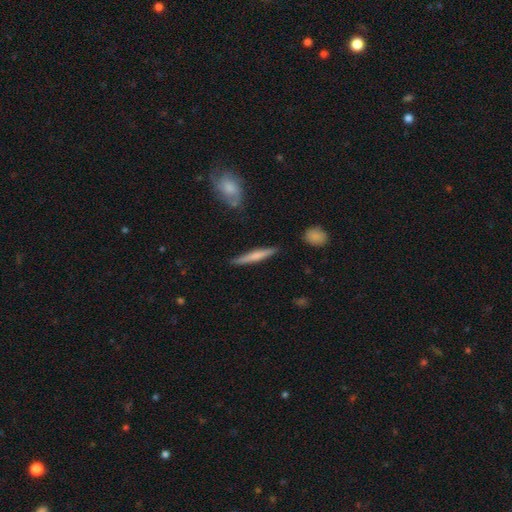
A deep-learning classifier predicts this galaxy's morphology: Q: Smooth or featured?
A: smooth (51%); runner-up: featured or disk (43%)
Q: How rounded?
A: cigar-shaped (93%); runner-up: in between (5%)
Q: Merging?
A: none (86%); runner-up: minor disturbance (10%)